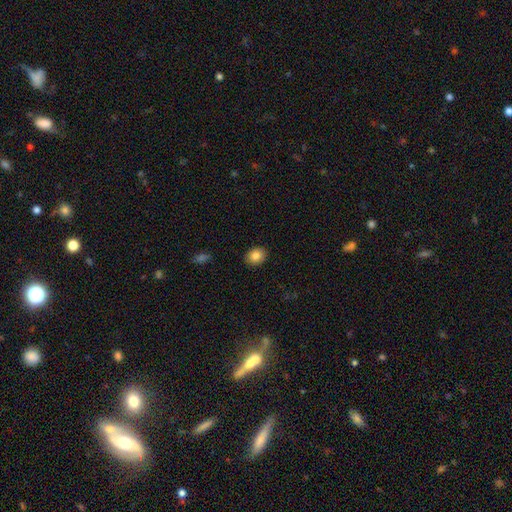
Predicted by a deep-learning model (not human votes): Smooth or featured: smooth — 85% (star or artifact — 8%)
How rounded: in between — 57% (round — 42%)
Merging: none — 89% (minor disturbance — 8%)